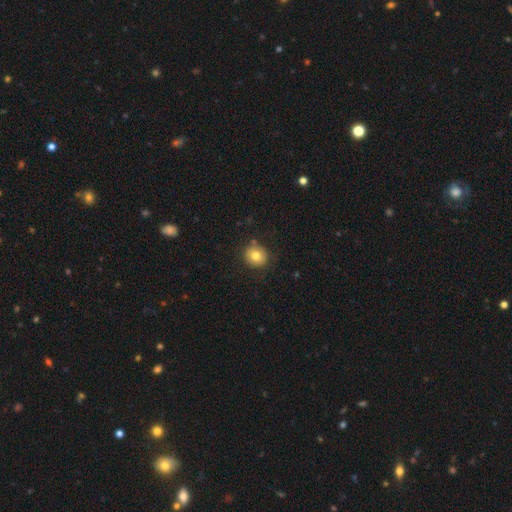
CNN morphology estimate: Smooth or featured: smooth — 78% (featured or disk — 12%)
How rounded: round — 85% (in between — 14%)
Merging: none — 85% (minor disturbance — 10%)